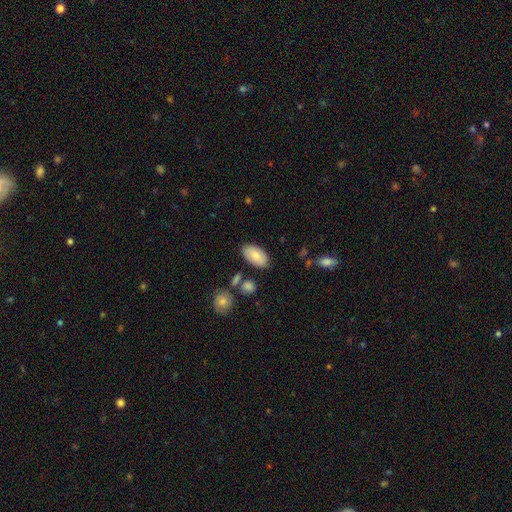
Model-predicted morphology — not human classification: Q: Smooth or featured?
A: smooth (76%); runner-up: featured or disk (17%)
Q: How rounded?
A: in between (94%); runner-up: round (3%)
Q: Merging?
A: none (80%); runner-up: minor disturbance (13%)